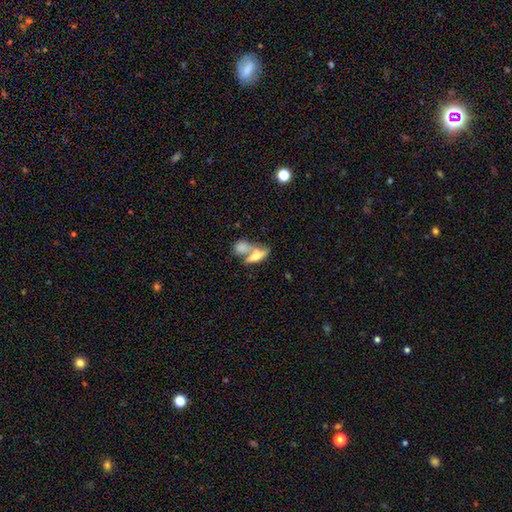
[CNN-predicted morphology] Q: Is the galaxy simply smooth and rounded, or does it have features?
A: smooth — 58%.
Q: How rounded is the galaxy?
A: in between — 65%.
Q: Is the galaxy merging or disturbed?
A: merger — 61%.